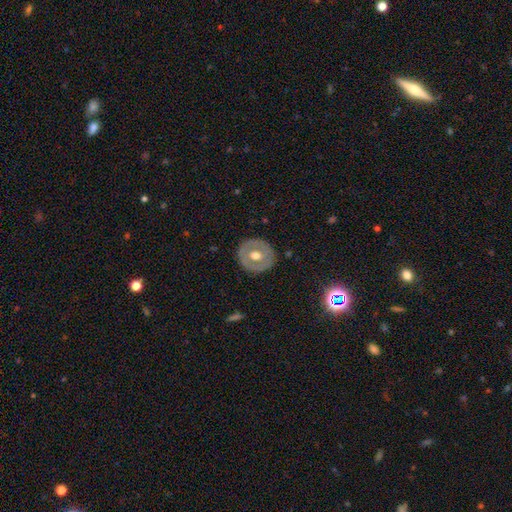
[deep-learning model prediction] A featured or disk galaxy (51%). Merging: none (86%).